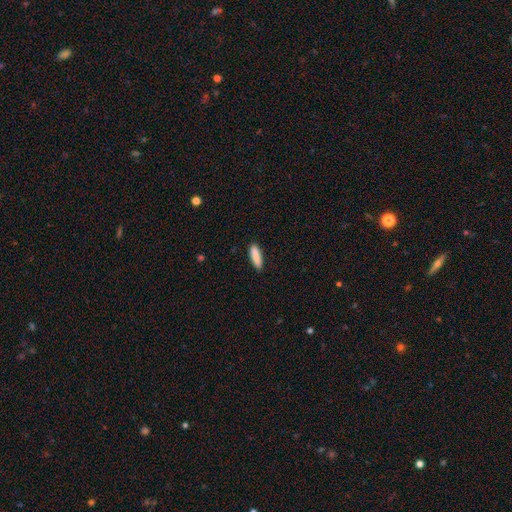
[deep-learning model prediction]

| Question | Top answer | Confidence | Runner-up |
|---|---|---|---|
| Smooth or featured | smooth | 88% | star or artifact (6%) |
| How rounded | cigar-shaped | 63% | in between (35%) |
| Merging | none | 88% | minor disturbance (9%) |